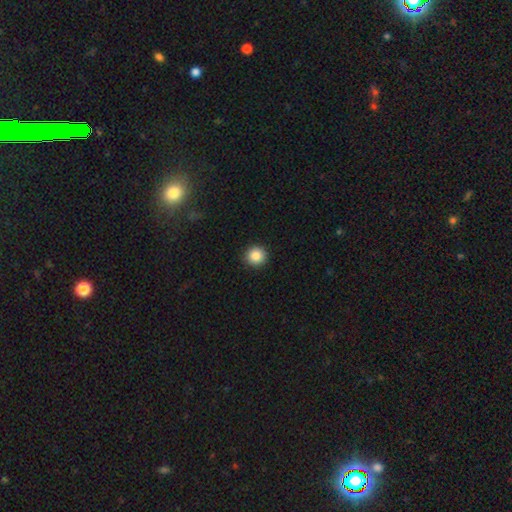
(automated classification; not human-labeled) This appears to be a smooth galaxy with no disk features (87%) that is round (95%). Merging: none (92%).